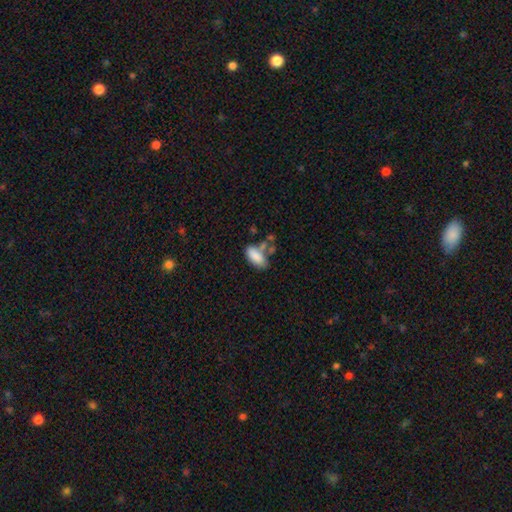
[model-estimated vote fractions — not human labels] This appears to be a smooth galaxy with no disk features (82%) that is in between round and cigar-shaped (89%). Merging: none (42%).